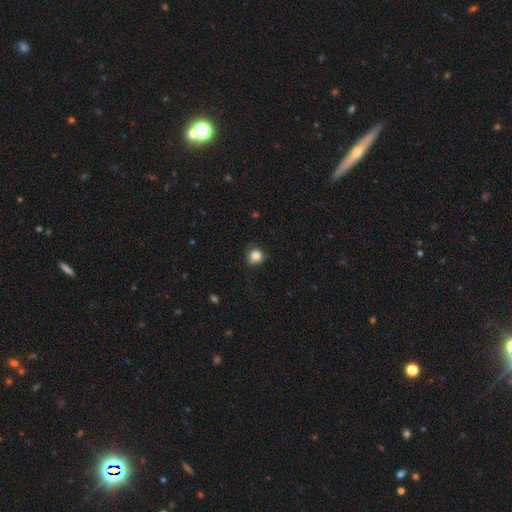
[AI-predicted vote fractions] A smooth galaxy with no disk features (83%) that is round (89%). Merging: none (81%).